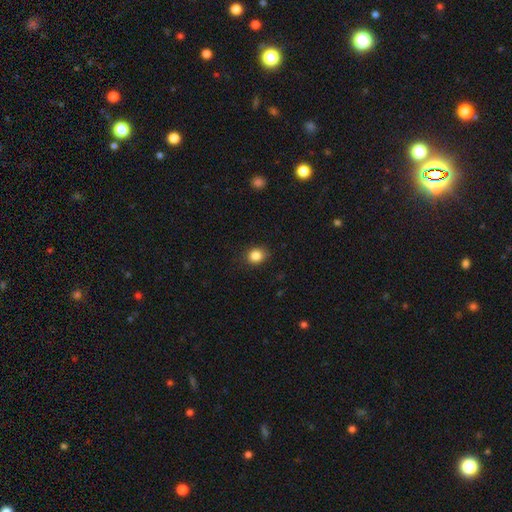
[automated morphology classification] The model was most divided on "how rounded": round: 70%, in between: 29%, cigar-shaped: 1%. More confident: merging — none (87%); smooth or featured — smooth (85%).